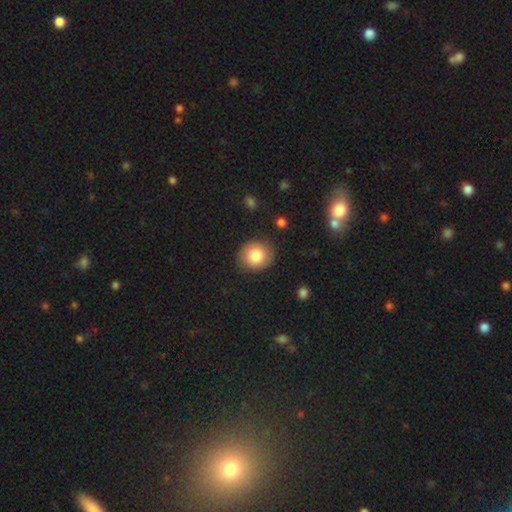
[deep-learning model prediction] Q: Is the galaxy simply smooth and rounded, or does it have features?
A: smooth — 75%.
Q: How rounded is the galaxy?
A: round — 79%.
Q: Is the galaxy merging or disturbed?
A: none — 84%.